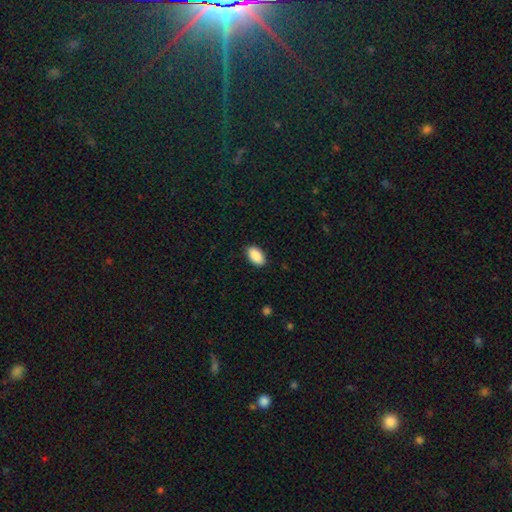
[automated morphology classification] smooth 90%, star or artifact 6%, featured or disk 3%. Down the decision tree: how rounded — in between (95%); merging — none (88%).